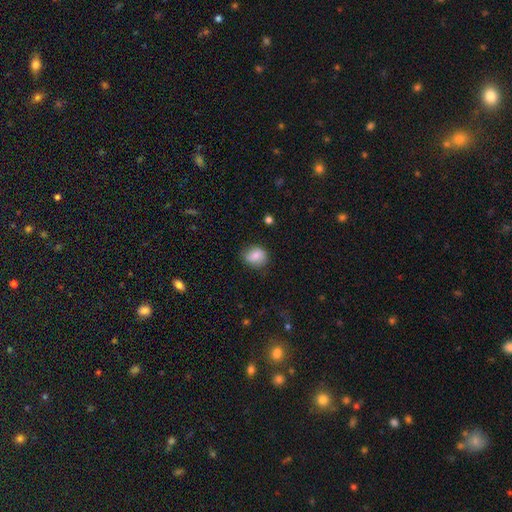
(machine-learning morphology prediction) Smooth or featured?
  - smooth: 80% *
  - featured or disk: 11%
  - star or artifact: 9%
How rounded?
  - round: 64% *
  - in between: 35%
  - cigar-shaped: 1%
Merging?
  - none: 75% *
  - minor disturbance: 19%
  - major disturbance: 5%
  - merger: 1%